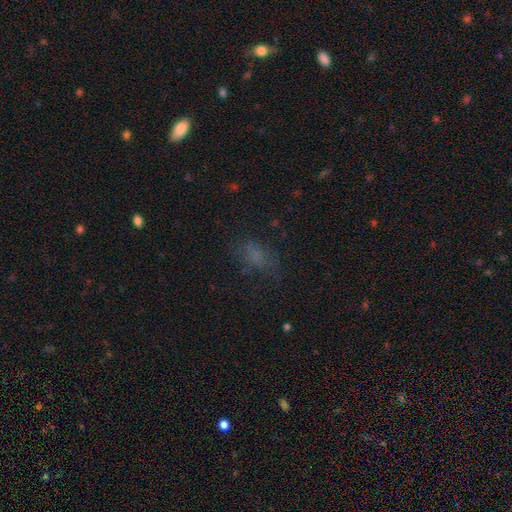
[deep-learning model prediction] Smooth or featured?
  - smooth: 63% *
  - star or artifact: 22%
  - featured or disk: 15%
How rounded?
  - in between: 81% *
  - round: 12%
  - cigar-shaped: 7%
Merging?
  - none: 60% *
  - minor disturbance: 20%
  - major disturbance: 17%
  - merger: 2%